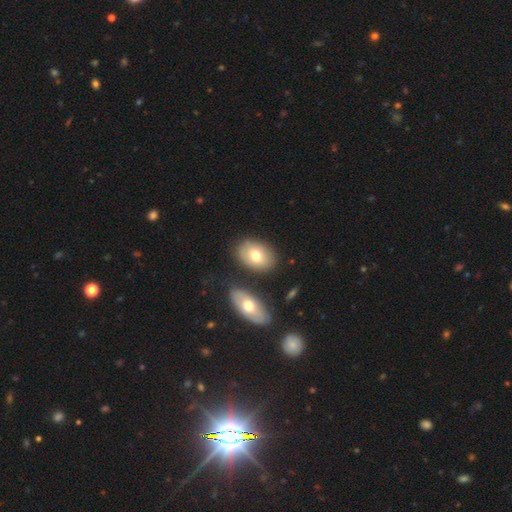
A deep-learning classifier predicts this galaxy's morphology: Q: Smooth or featured?
A: smooth (72%); runner-up: featured or disk (21%)
Q: How rounded?
A: in between (83%); runner-up: round (16%)
Q: Merging?
A: none (74%); runner-up: minor disturbance (12%)